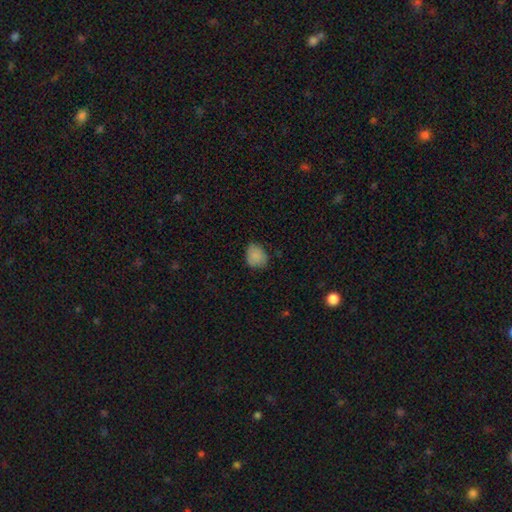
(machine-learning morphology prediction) smooth 84%, star or artifact 10%, featured or disk 7%. Down the decision tree: how rounded — round (57%); merging — none (68%).